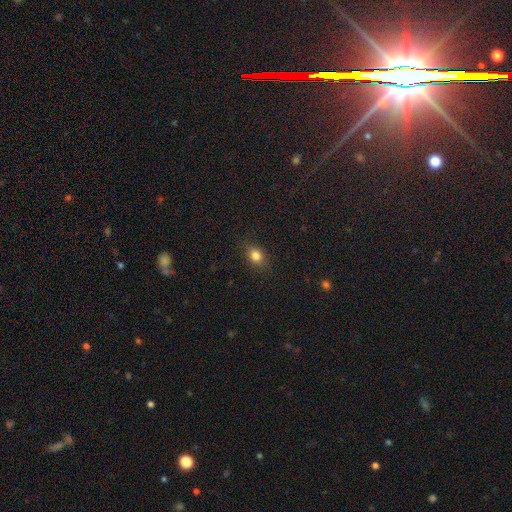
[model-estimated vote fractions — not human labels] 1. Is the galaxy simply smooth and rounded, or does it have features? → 81% smooth, 12% star or artifact, 7% featured or disk.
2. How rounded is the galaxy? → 52% in between, 46% round, 2% cigar-shaped.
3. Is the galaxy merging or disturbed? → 85% none, 11% minor disturbance, 3% major disturbance, 1% merger.